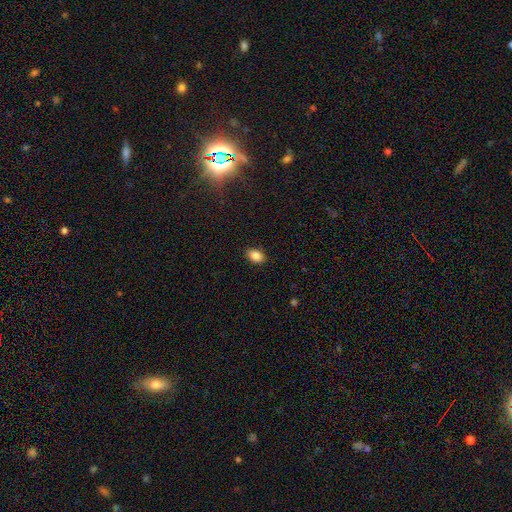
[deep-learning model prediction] Overall: smooth (87%). How rounded: in between (83%). Merging: none (86%).